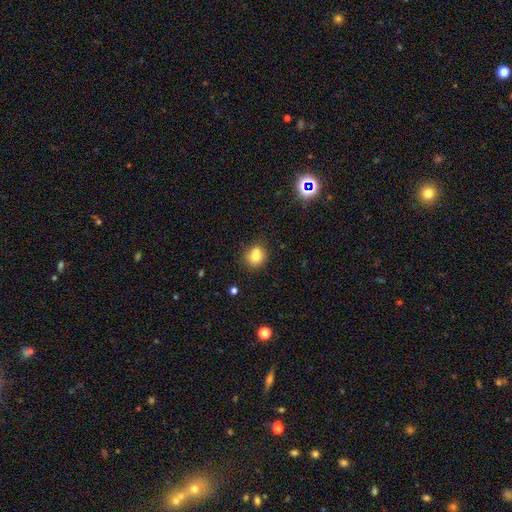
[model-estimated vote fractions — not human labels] Smooth or featured? Predicted: smooth (p=0.77). How rounded? Predicted: round (p=0.75). Merging? Predicted: none (p=0.65).